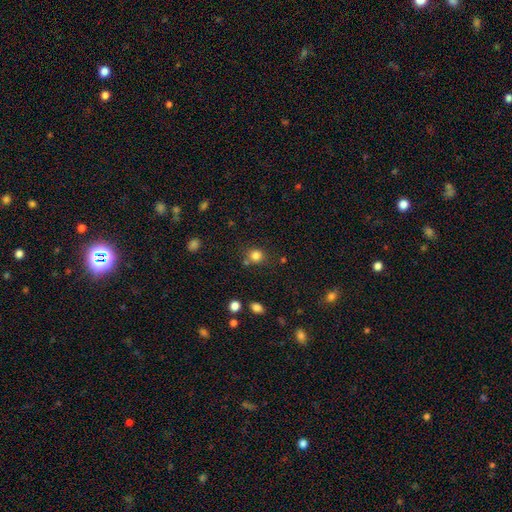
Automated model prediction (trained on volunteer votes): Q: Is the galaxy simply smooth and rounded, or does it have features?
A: smooth — 82%.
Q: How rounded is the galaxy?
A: round — 84%.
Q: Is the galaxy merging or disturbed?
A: none — 75%.